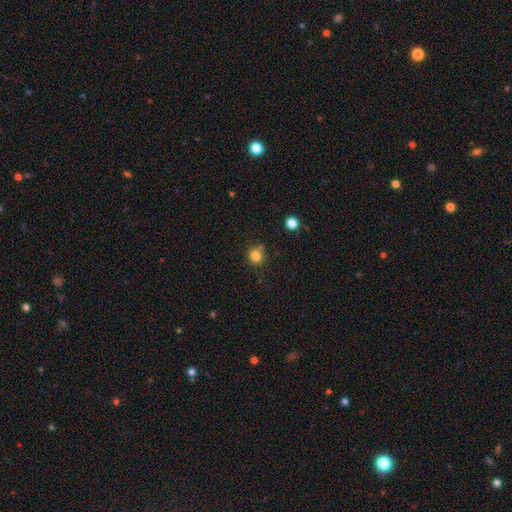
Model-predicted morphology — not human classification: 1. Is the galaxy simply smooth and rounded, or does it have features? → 81% smooth, 13% star or artifact, 6% featured or disk.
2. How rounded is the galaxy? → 89% round, 10% in between, 1% cigar-shaped.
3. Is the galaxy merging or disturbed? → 76% none, 12% minor disturbance, 10% merger, 3% major disturbance.